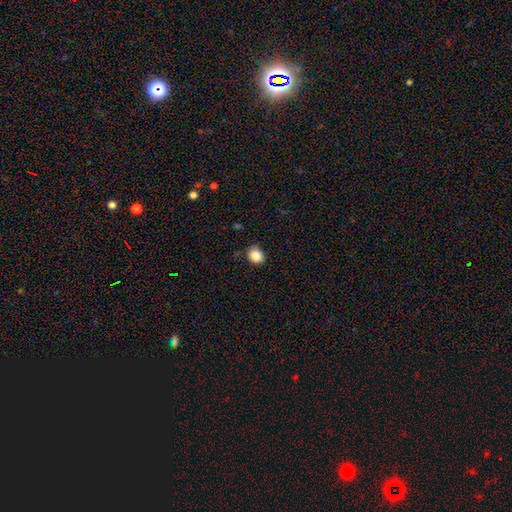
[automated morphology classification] Smooth or featured? Predicted: smooth (p=0.87). How rounded? Predicted: round (p=0.51). Merging? Predicted: none (p=0.83).